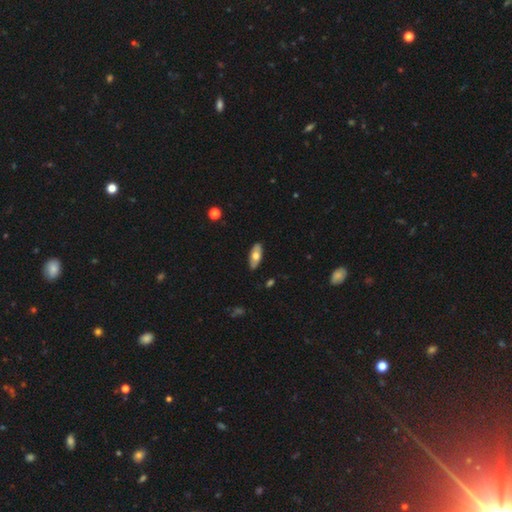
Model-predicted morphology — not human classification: Smooth or featured: smooth — 63% (featured or disk — 32%)
How rounded: in between — 82% (cigar-shaped — 16%)
Merging: none — 87% (minor disturbance — 10%)